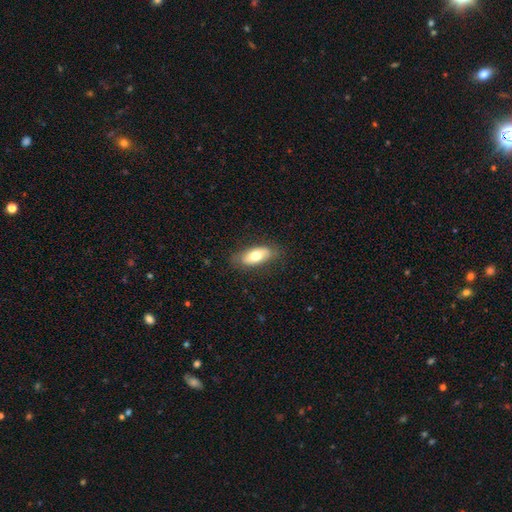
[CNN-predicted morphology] Smooth or featured? smooth (67%)
How rounded? in between (84%)
Merging? none (81%)